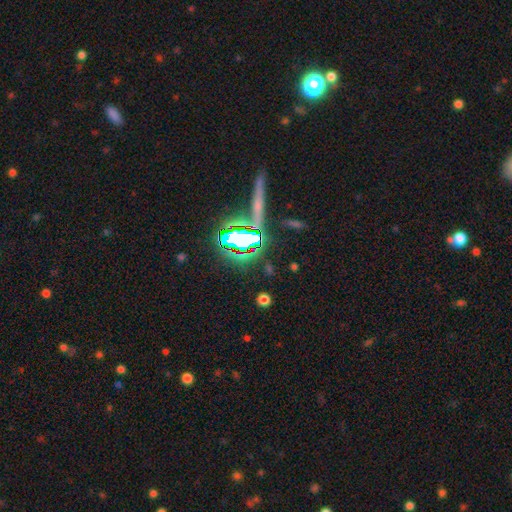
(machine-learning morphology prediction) This is likely a star or artifact rather than a galaxy (76%).